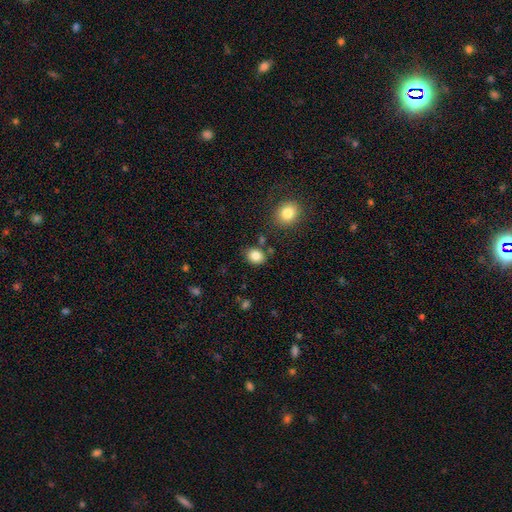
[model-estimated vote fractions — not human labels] Morphology: type=smooth (85%); roundness=round (56%); merging=none (81%).